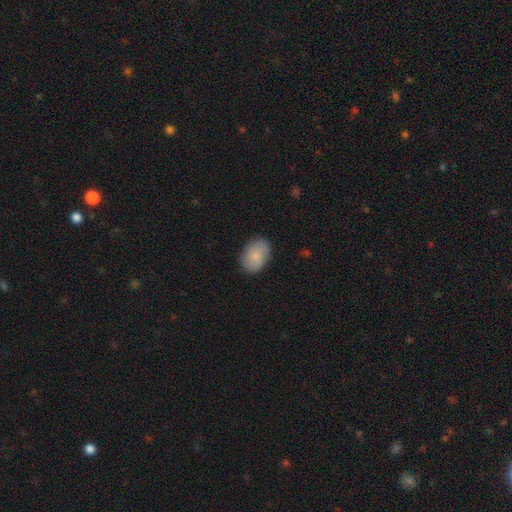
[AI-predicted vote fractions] smooth 77%, featured or disk 17%, star or artifact 7%. Down the decision tree: how rounded — in between (77%); merging — none (83%).